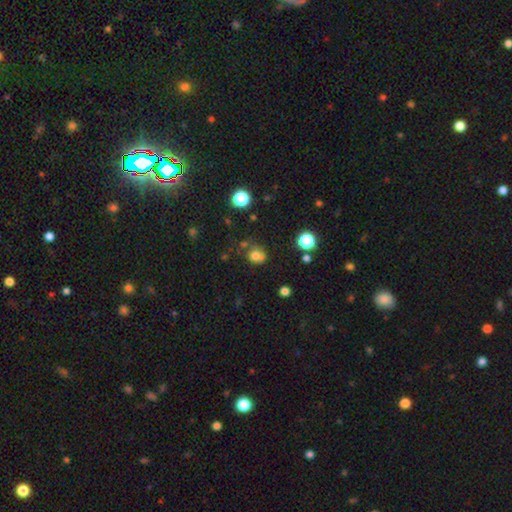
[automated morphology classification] Smooth or featured?
  - smooth: 72% *
  - star or artifact: 17%
  - featured or disk: 11%
How rounded?
  - round: 70% *
  - in between: 29%
  - cigar-shaped: 1%
Merging?
  - none: 48% *
  - merger: 21%
  - minor disturbance: 21%
  - major disturbance: 10%